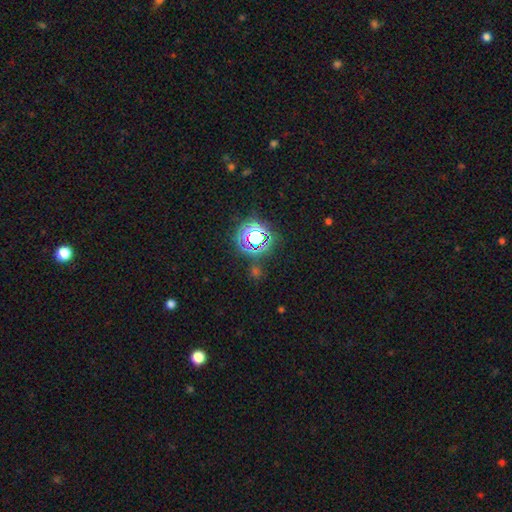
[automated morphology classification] The model was most divided on "smooth or featured": star or artifact: 74%, smooth: 19%, featured or disk: 7%.